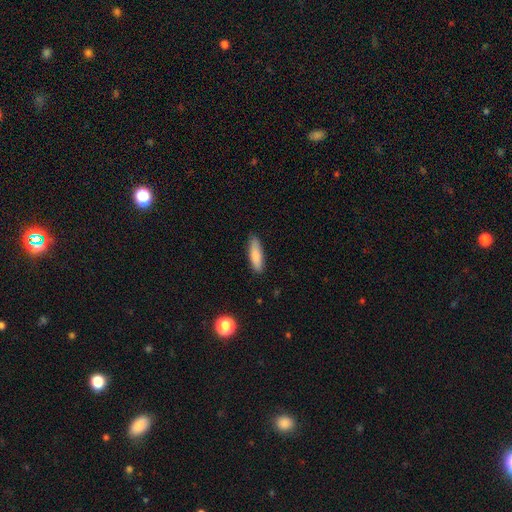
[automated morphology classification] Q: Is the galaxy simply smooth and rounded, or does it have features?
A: smooth — 83%.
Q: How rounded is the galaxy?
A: cigar-shaped — 59%.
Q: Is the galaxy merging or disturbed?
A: none — 86%.